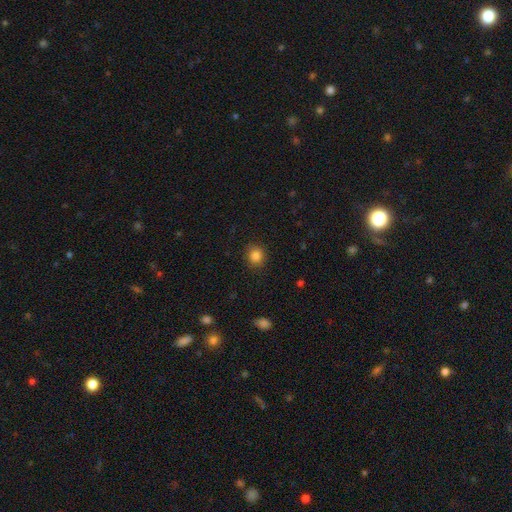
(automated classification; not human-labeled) smooth-or-featured: smooth: 85% | star or artifact: 11% | featured or disk: 4%
  how-rounded: round: 84% | in between: 16% | cigar-shaped: 1%
  merging: none: 88% | minor disturbance: 9% | major disturbance: 3% | merger: 1%